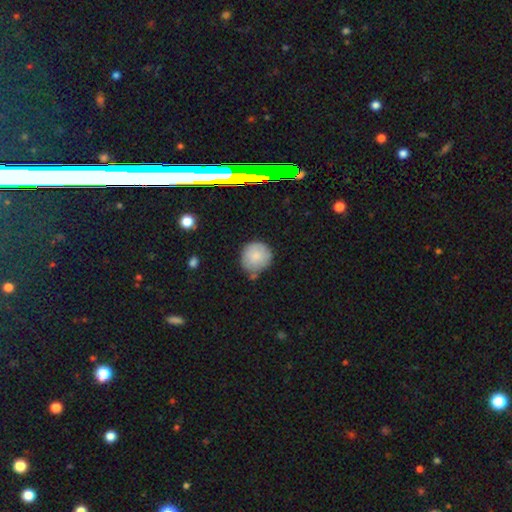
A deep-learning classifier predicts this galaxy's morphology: This appears to be a smooth galaxy with no disk features (81%) that is round (92%). Merging: none (68%).